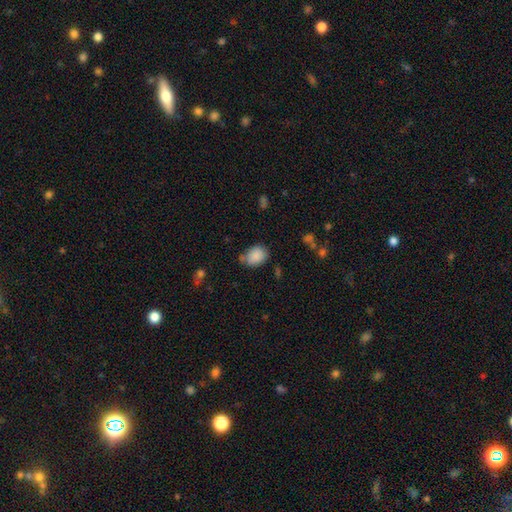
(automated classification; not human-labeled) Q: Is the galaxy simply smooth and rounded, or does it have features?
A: smooth — 87%.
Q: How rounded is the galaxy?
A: in between — 64%.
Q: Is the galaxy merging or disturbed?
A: none — 67%.